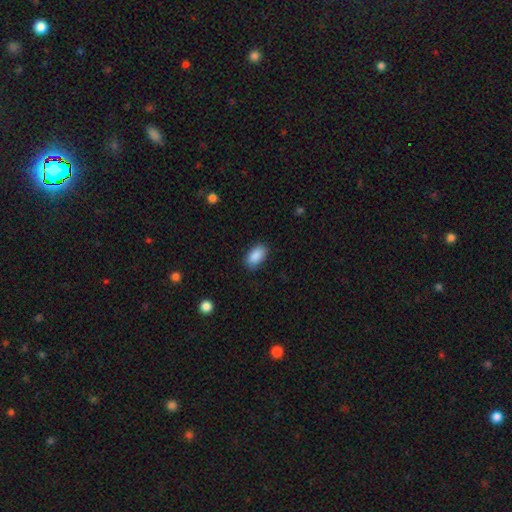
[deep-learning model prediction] Smooth or featured? Predicted: smooth (p=0.89). How rounded? Predicted: in between (p=0.93). Merging? Predicted: none (p=0.84).